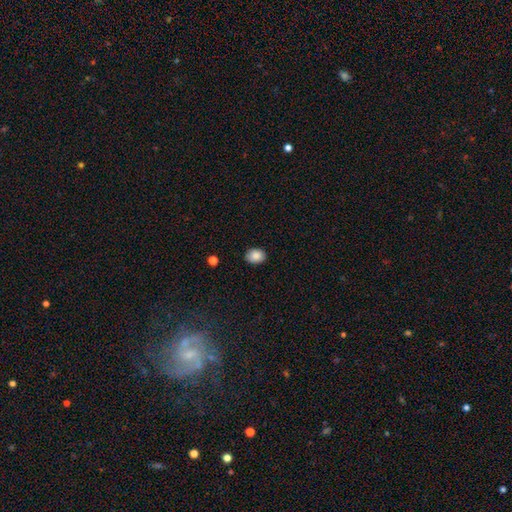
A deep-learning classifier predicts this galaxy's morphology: A smooth galaxy with no disk features (87%) that is in between round and cigar-shaped (64%).

Vote fractions:
- Smooth or featured? smooth: 87% / star or artifact: 8% / featured or disk: 5%
- How rounded? in between: 64% / round: 35% / cigar-shaped: 1%
- Merging? none: 87% / minor disturbance: 10% / major disturbance: 2% / merger: 1%